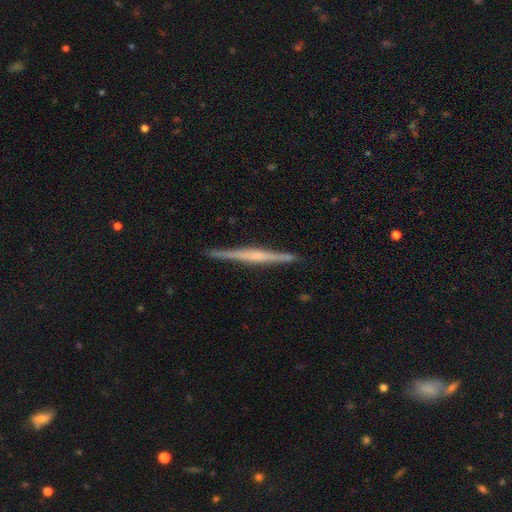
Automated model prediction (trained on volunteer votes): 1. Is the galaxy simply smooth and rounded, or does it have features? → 75% featured or disk, 20% smooth, 5% star or artifact.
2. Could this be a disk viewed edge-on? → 98% yes, 2% no.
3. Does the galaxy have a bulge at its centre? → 47% rounded, 32% none, 21% boxy.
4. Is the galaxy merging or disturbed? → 91% none, 7% minor disturbance, 1% major disturbance, 1% merger.